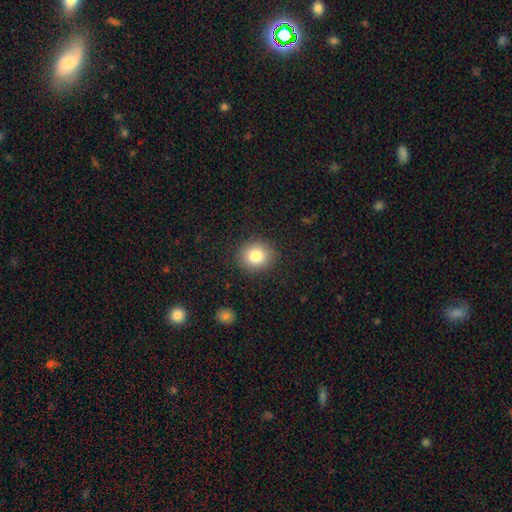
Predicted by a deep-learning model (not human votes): smooth_or_featured: smooth (p=0.82) [alt: star or artifact p=0.10]
how_rounded: round (p=0.78) [alt: in between p=0.21]
merging: none (p=0.89) [alt: minor disturbance p=0.07]